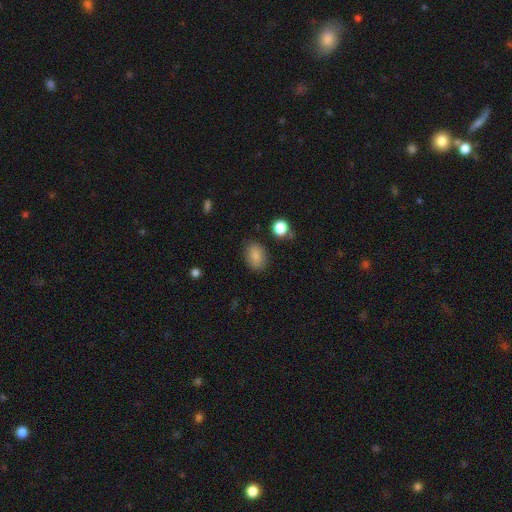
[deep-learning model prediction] Smooth or featured?
  - smooth: 83% *
  - star or artifact: 9%
  - featured or disk: 8%
How rounded?
  - in between: 77% *
  - round: 22%
  - cigar-shaped: 1%
Merging?
  - none: 83% *
  - minor disturbance: 12%
  - major disturbance: 3%
  - merger: 2%